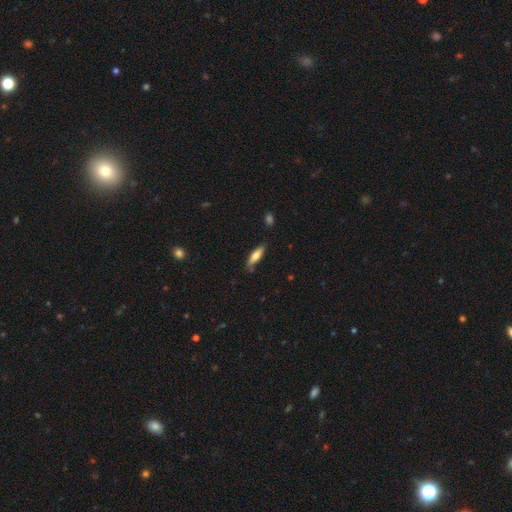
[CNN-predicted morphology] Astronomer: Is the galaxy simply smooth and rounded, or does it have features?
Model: smooth — 69%.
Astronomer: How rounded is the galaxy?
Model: cigar-shaped — 57% (runner-up: in between, 41%).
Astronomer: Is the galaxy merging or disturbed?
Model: none — 72%.